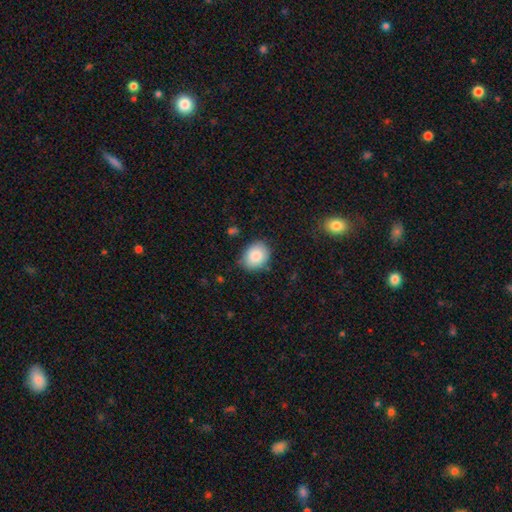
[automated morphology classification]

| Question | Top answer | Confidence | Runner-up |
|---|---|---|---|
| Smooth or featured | smooth | 85% | star or artifact (8%) |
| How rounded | round | 53% | in between (46%) |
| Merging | none | 81% | minor disturbance (15%) |